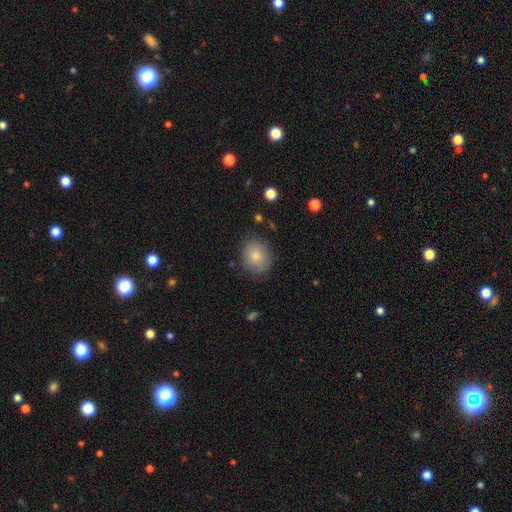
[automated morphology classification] Smooth or featured? Predicted: smooth (p=0.81). How rounded? Predicted: round (p=0.53). Merging? Predicted: none (p=0.77).